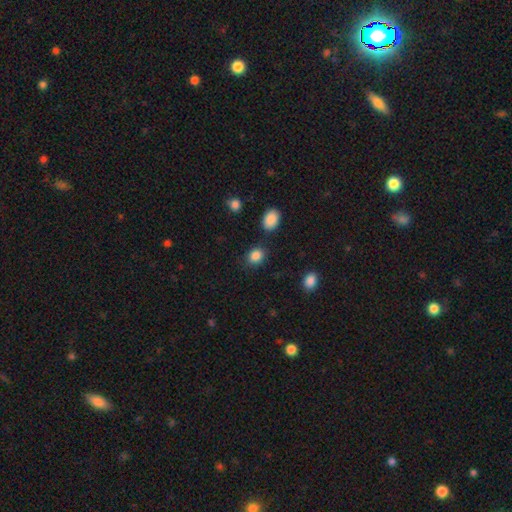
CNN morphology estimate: smooth-or-featured: smooth: 86% | star or artifact: 9% | featured or disk: 4%
  how-rounded: round: 51% | in between: 48% | cigar-shaped: 1%
  merging: none: 80% | minor disturbance: 12% | merger: 5% | major disturbance: 4%